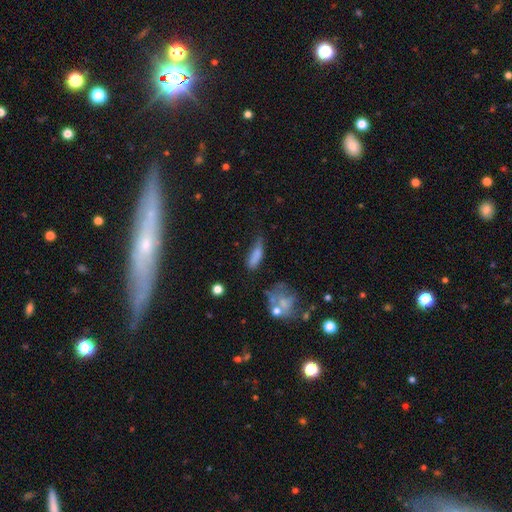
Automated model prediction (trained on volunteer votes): Smooth or featured: smooth — 76% (featured or disk — 15%)
How rounded: in between — 50% (cigar-shaped — 47%)
Merging: none — 41% (minor disturbance — 36%)